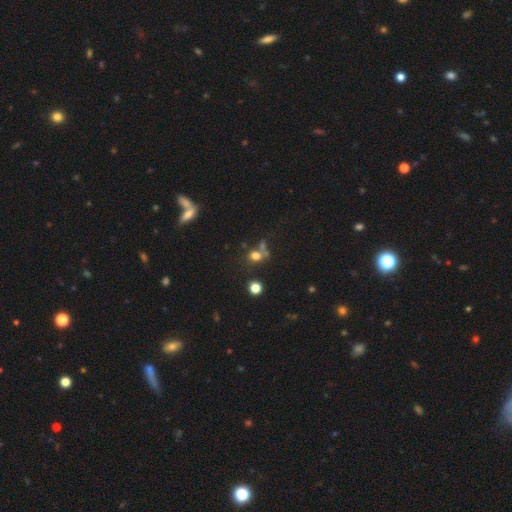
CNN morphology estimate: smooth-or-featured: smooth: 69% | star or artifact: 19% | featured or disk: 12%
  how-rounded: round: 63% | in between: 35% | cigar-shaped: 2%
  merging: none: 49% | merger: 29% | minor disturbance: 13% | major disturbance: 9%